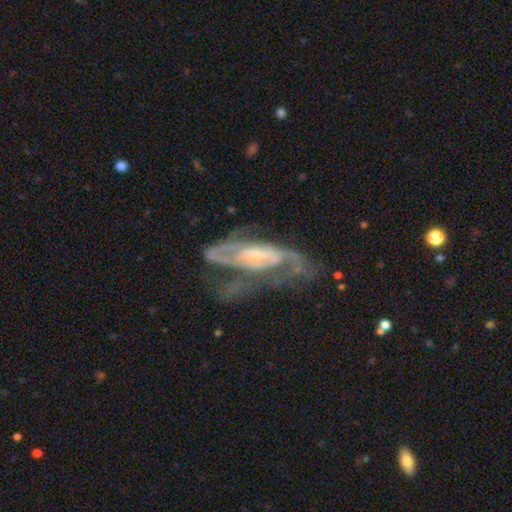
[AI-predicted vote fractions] Smooth or featured? featured or disk (86%)
Edge-on disk? no (88%)
Bar? weak (44%)
Spiral arms? yes (92%)
Spiral winding? medium (46%)
Spiral arm count? 2 (65%)
Bulge size? small (54%)
Merging? none (51%)